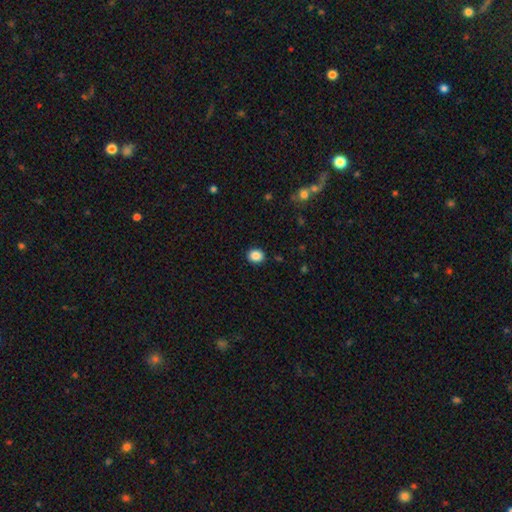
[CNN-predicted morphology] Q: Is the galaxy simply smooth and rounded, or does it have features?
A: smooth — 87%.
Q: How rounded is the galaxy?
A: round — 64%.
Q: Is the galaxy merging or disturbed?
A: none — 90%.